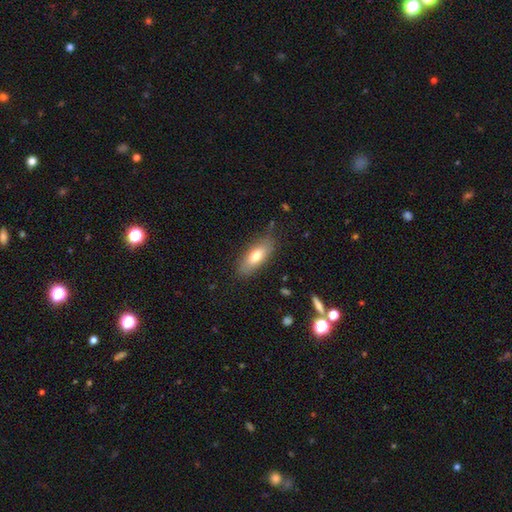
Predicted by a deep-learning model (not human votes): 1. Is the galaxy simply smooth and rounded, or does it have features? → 71% smooth, 22% featured or disk, 7% star or artifact.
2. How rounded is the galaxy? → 73% in between, 24% cigar-shaped, 3% round.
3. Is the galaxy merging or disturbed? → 80% none, 15% minor disturbance, 4% major disturbance, 2% merger.